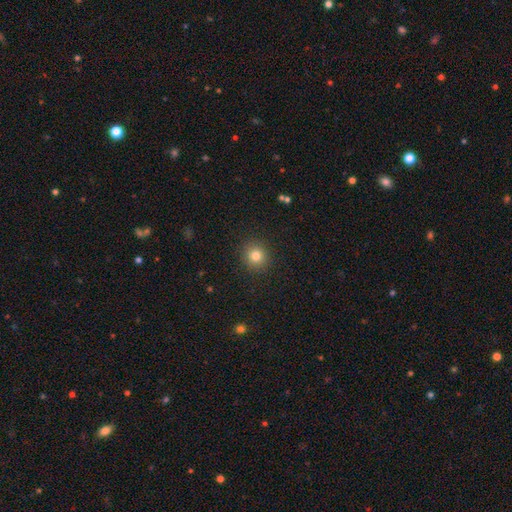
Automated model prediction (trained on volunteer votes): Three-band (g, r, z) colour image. It shows a smooth galaxy with no disk features (80%) that is round (91%). Merging: none (91%).